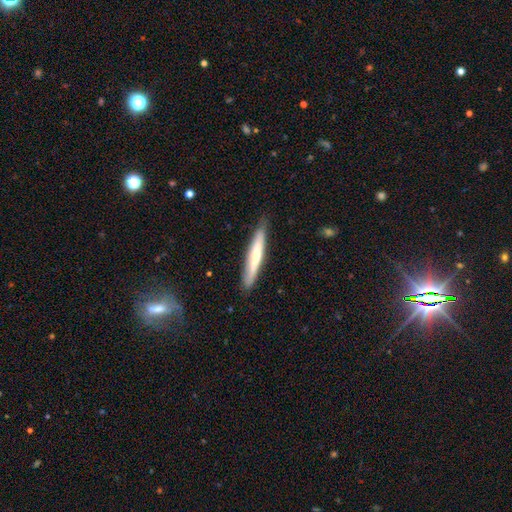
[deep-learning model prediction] Morphology: type=smooth (50%); roundness=cigar-shaped (92%); merging=none (85%).